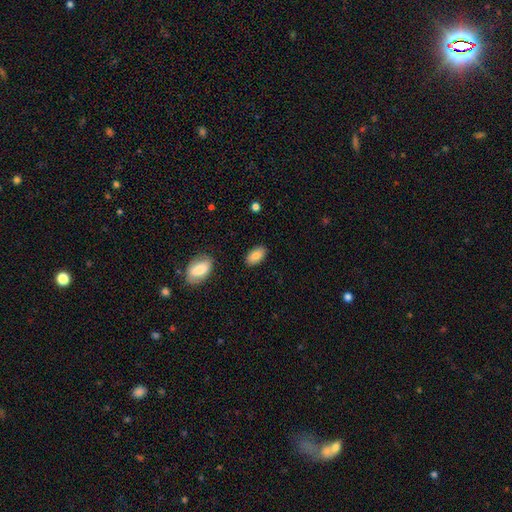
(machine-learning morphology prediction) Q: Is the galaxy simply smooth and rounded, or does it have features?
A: smooth — 86%.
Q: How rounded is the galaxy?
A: in between — 94%.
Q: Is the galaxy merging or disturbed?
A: none — 87%.